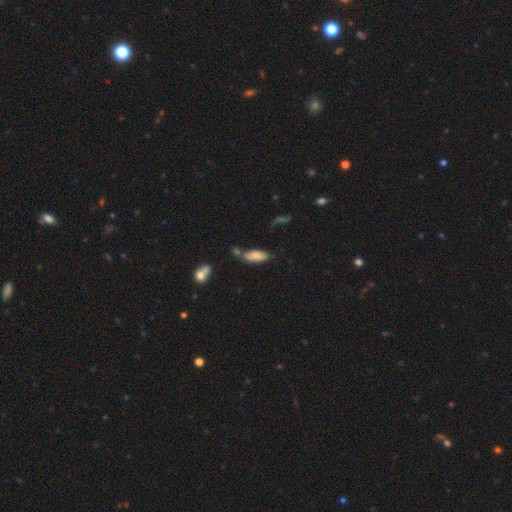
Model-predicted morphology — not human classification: Overall: smooth (79%). How rounded: in between (73%). Merging: none (54%; minor disturbance 21%).